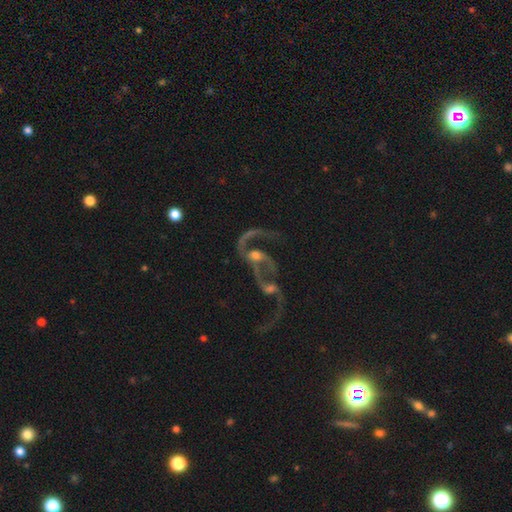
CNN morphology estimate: Smooth or featured?
  - featured or disk: 76% *
  - smooth: 13%
  - star or artifact: 11%
Edge-on disk?
  - no: 96% *
  - yes: 4%
Bar?
  - no: 66% *
  - weak: 24%
  - strong: 10%
Spiral arms?
  - yes: 70% *
  - no: 30%
Spiral winding?
  - loose: 73% *
  - medium: 20%
  - tight: 7%
Spiral arm count?
  - 2: 56% *
  - 1: 27%
  - can't tell: 9%
  - 3: 3%
  - 4: 2%
  - more than 4: 2%
Bulge size?
  - moderate: 51% *
  - small: 26%
  - none: 12%
  - large: 8%
  - dominant: 2%
Merging?
  - merger: 51% *
  - major disturbance: 25%
  - none: 16%
  - minor disturbance: 8%